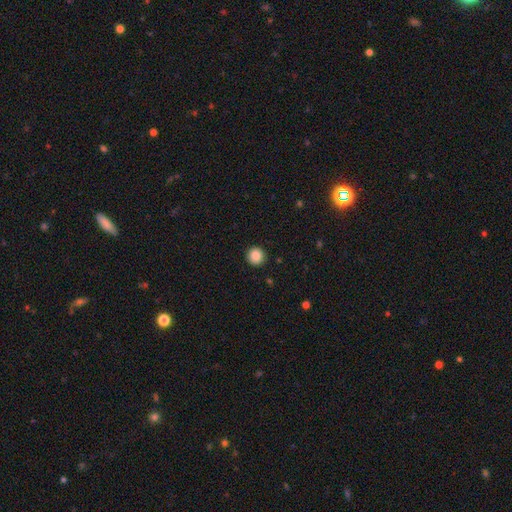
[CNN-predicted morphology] Q: Smooth or featured?
A: smooth (88%); runner-up: star or artifact (9%)
Q: How rounded?
A: round (95%); runner-up: in between (4%)
Q: Merging?
A: none (92%); runner-up: minor disturbance (5%)